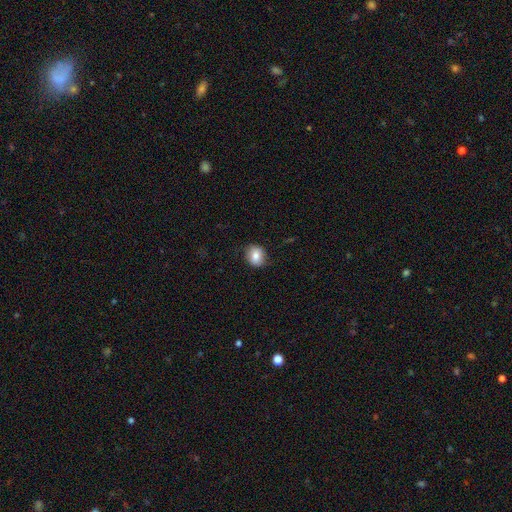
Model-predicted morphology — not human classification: This appears to be a smooth galaxy with no disk features (80%) that is round (69%). Merging: none (83%).